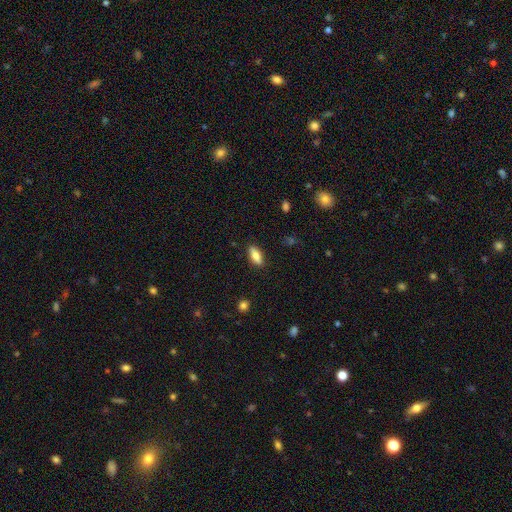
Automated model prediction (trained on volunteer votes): The model was most divided on "how rounded": in between: 74%, cigar-shaped: 23%, round: 3%. More confident: merging — none (85%); smooth or featured — smooth (74%).